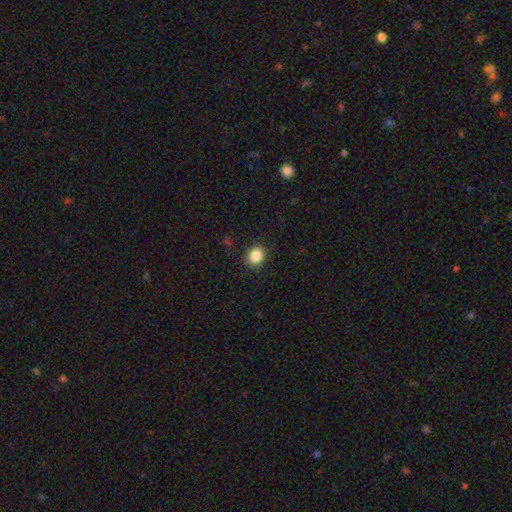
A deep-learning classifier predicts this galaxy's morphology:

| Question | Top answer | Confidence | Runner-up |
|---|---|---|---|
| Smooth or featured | smooth | 87% | star or artifact (9%) |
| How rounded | round | 64% | in between (36%) |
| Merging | none | 88% | minor disturbance (9%) |